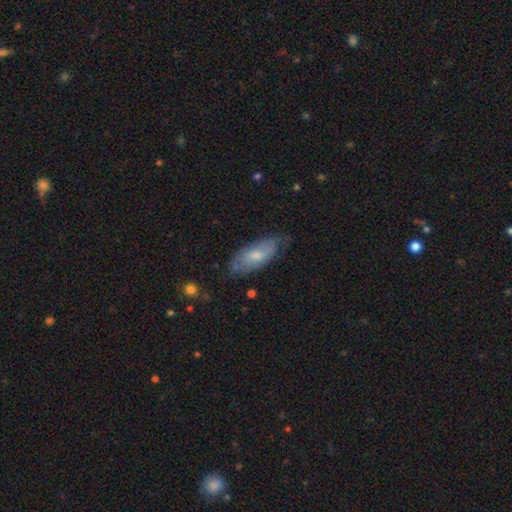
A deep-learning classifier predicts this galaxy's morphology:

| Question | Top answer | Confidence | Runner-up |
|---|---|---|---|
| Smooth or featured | smooth | 58% | featured or disk (36%) |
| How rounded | in between | 76% | cigar-shaped (22%) |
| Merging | none | 68% | minor disturbance (25%) |